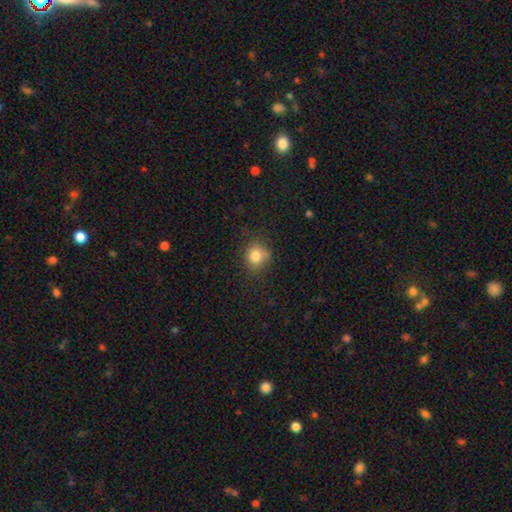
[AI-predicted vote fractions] This appears to be a smooth galaxy with no disk features (81%) that is round (77%). Merging: none (67%).